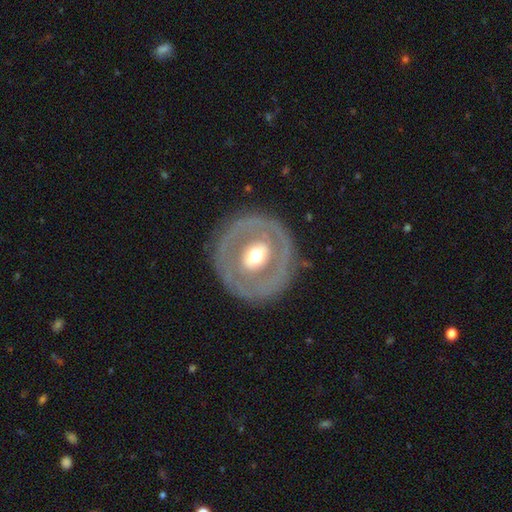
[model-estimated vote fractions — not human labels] Overall: featured or disk (66%; smooth 28%). Edge-on disk: no (94%). Bar: no (46%; weak 31%). Spiral arms: no (75%). Bulge size: moderate (69%). Merging: none (81%).